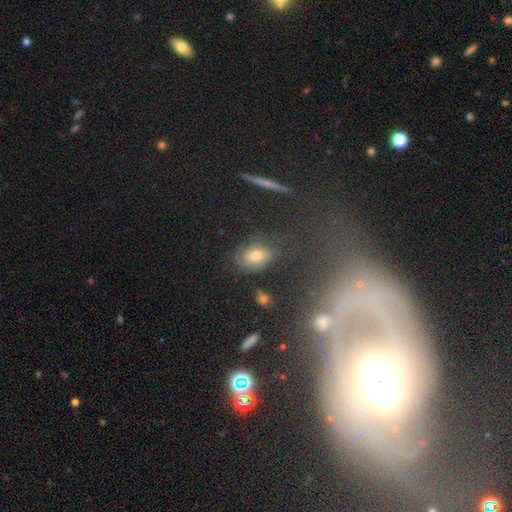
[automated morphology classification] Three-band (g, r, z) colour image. It shows a featured or disk galaxy (48%). Merging: none (64%).